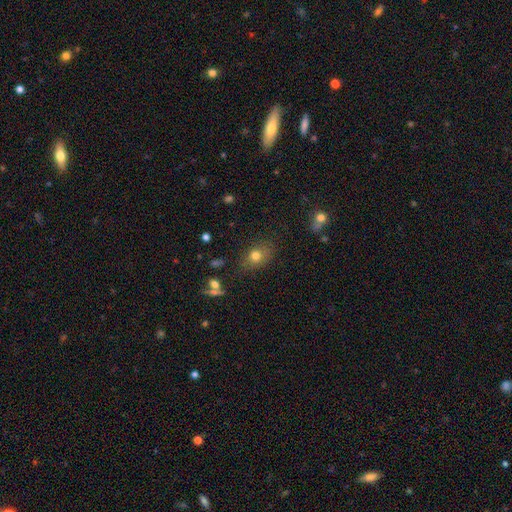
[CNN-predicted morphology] smooth_or_featured: smooth (p=0.75) [alt: star or artifact p=0.13]
how_rounded: in between (p=0.58) [alt: round p=0.41]
merging: none (p=0.75) [alt: minor disturbance p=0.17]